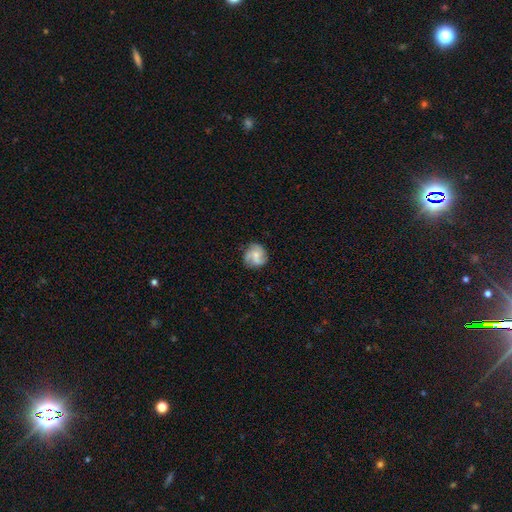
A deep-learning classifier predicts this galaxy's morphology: The model was most divided on "bulge size": small: 52%, moderate: 34%, none: 10%, large: 3%, dominant: 1%. Remaining: edge-on disk — no (98%); spiral arms — yes (93%); merging — none (76%); smooth or featured — featured or disk (65%); bar — no (64%); spiral arm count — 3 (61%); spiral winding — medium (48%).